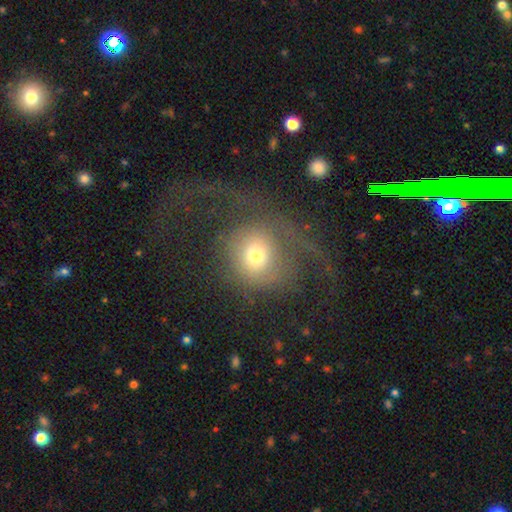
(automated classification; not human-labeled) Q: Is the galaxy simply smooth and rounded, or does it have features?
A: smooth — 56%.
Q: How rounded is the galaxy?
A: round — 85%.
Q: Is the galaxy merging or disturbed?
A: major disturbance — 52%.